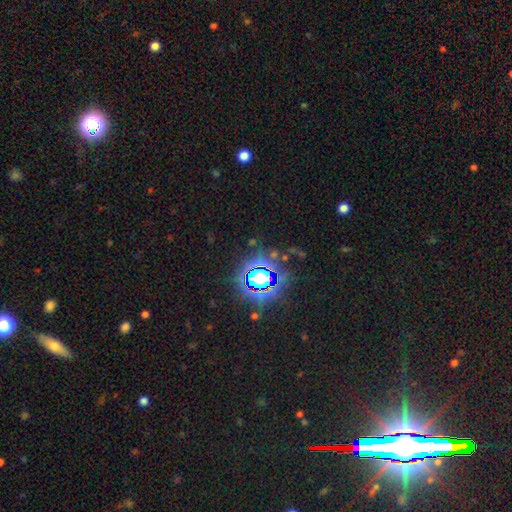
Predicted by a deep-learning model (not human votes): Overall: star or artifact (80%).